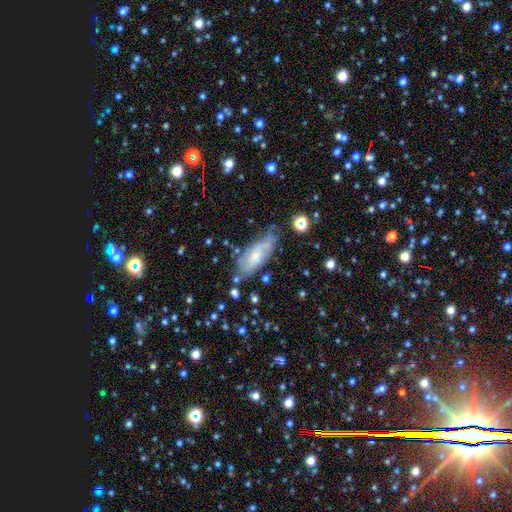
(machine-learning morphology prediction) featured or disk 48%, smooth 44%, star or artifact 9%. Down the decision tree: merging — none (58%).